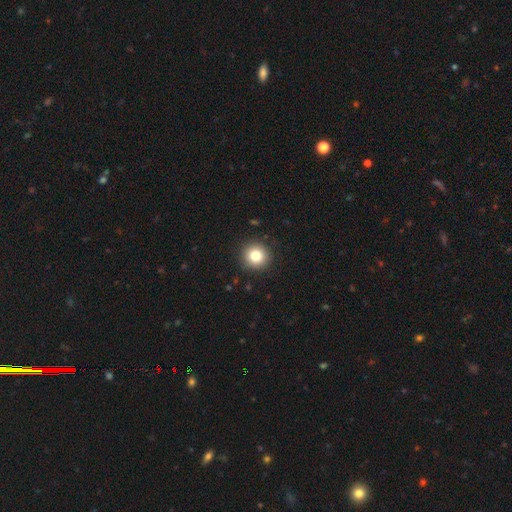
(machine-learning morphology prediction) A smooth galaxy with no disk features (82%) that is round (94%). Merging: none (91%).